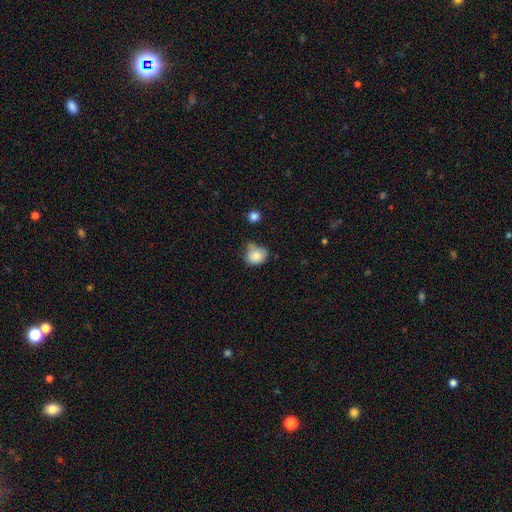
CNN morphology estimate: Smooth or featured?
  - smooth: 81% *
  - featured or disk: 10%
  - star or artifact: 9%
How rounded?
  - round: 69% *
  - in between: 30%
  - cigar-shaped: 1%
Merging?
  - none: 48% *
  - minor disturbance: 35%
  - major disturbance: 9%
  - merger: 9%